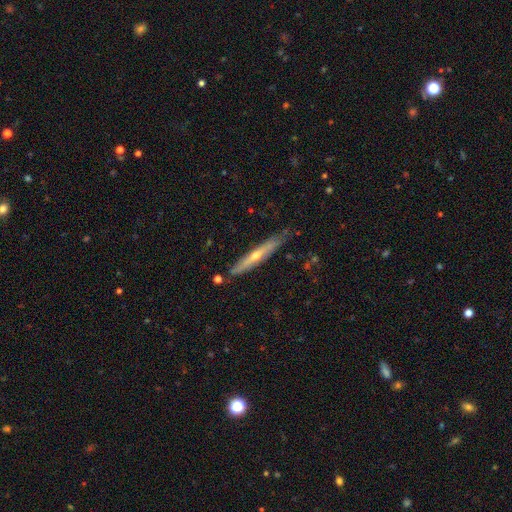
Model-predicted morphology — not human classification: Smooth or featured: featured or disk — 60% (smooth — 34%)
Edge-on disk: yes — 89% (no — 11%)
Edge-on bulge: rounded — 75% (none — 22%)
Merging: none — 79% (minor disturbance — 16%)